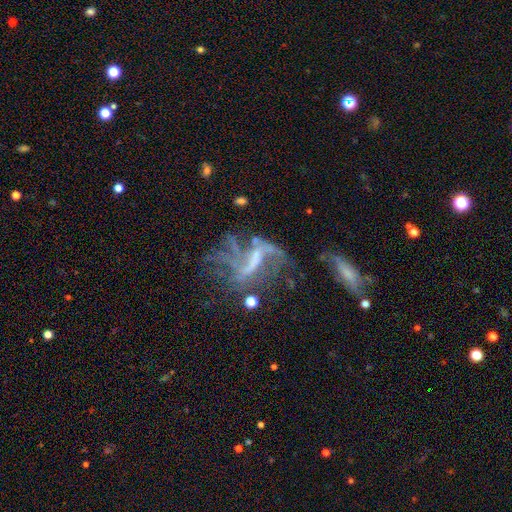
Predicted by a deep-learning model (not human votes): Smooth or featured?
  - featured or disk: 66% *
  - star or artifact: 22%
  - smooth: 13%
Edge-on disk?
  - no: 87% *
  - yes: 13%
Bar?
  - strong: 36% *
  - no: 35%
  - weak: 29%
Spiral arms?
  - no: 54% *
  - yes: 46%
Bulge size?
  - none: 51% *
  - small: 27%
  - moderate: 17%
  - large: 3%
  - dominant: 2%
Merging?
  - major disturbance: 37% *
  - none: 32%
  - merger: 16%
  - minor disturbance: 15%